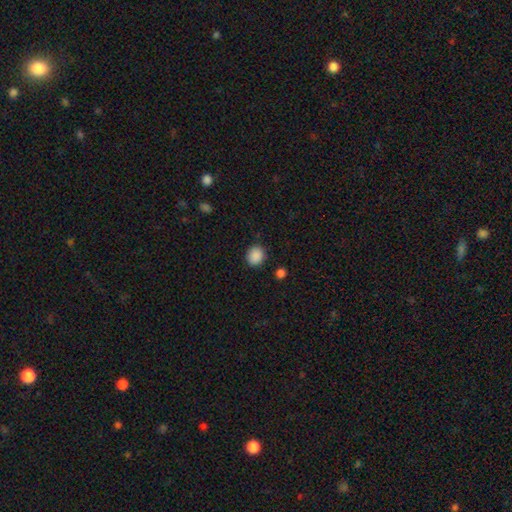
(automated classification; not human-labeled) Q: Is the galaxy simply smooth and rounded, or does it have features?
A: smooth — 89%.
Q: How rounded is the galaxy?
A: round — 71%.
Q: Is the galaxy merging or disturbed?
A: none — 87%.